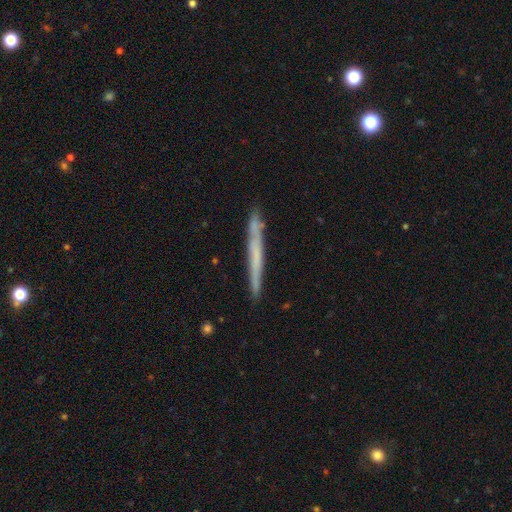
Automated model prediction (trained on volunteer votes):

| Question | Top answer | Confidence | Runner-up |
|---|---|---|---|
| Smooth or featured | smooth | 49% | featured or disk (45%) |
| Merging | none | 86% | minor disturbance (10%) |